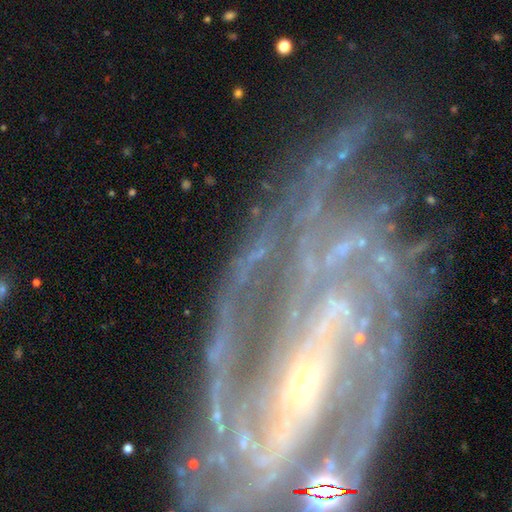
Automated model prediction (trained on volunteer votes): A featured or disk galaxy (89%) with a strong bar (49%), 2 (45%) medium (42%) spiral arms (96%) and a small central bulge (80%). Merging: none (63%).